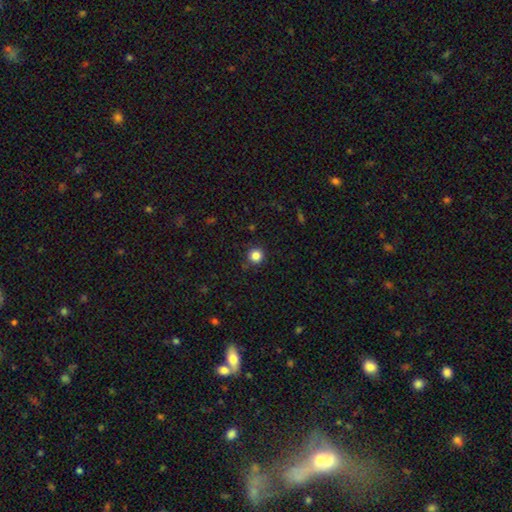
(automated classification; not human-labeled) smooth 84%, star or artifact 12%, featured or disk 4%. Down the decision tree: how rounded — round (95%); merging — none (91%).